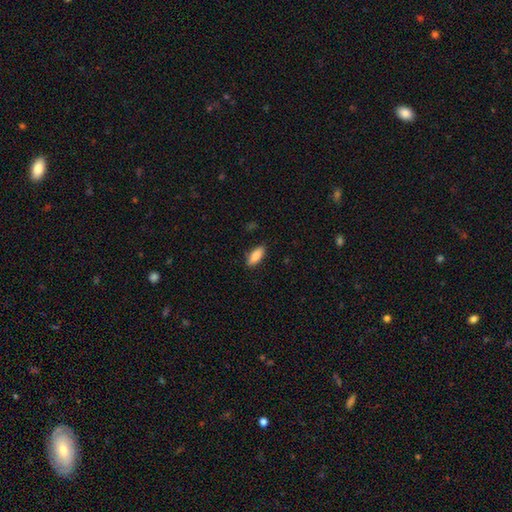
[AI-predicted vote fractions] smooth 87%, featured or disk 6%, star or artifact 6%. Down the decision tree: how rounded — in between (74%); merging — none (84%).